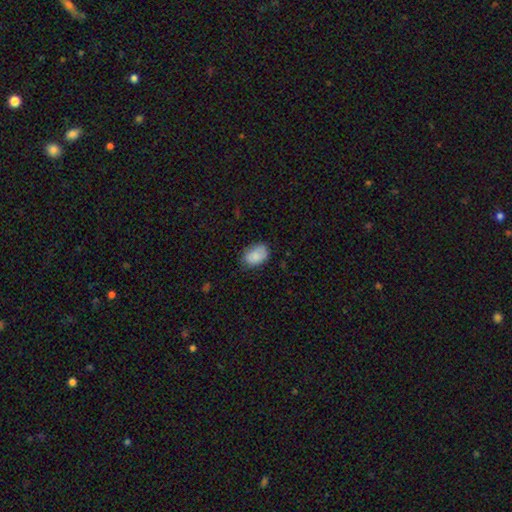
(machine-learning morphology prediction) Smooth or featured?
  - smooth: 85% *
  - star or artifact: 8%
  - featured or disk: 7%
How rounded?
  - in between: 80% *
  - round: 19%
  - cigar-shaped: 1%
Merging?
  - none: 69% *
  - minor disturbance: 24%
  - major disturbance: 5%
  - merger: 1%